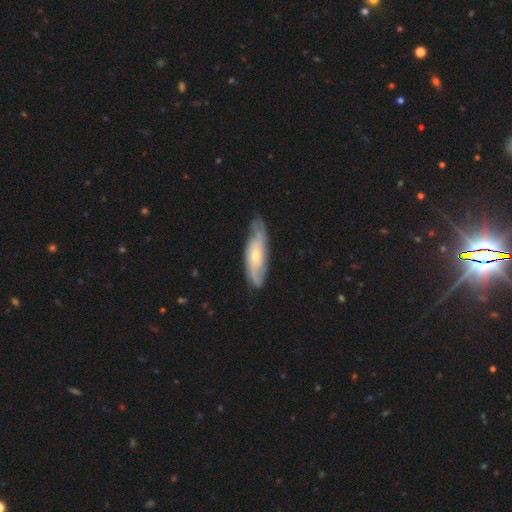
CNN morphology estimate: Smooth or featured? Predicted: featured or disk (p=0.69). Edge-on disk? Predicted: no (p=0.77). Bar? Predicted: no (p=0.71). Spiral arms? Predicted: yes (p=0.88). Bulge size? Predicted: small (p=0.48). Merging? Predicted: none (p=0.70).